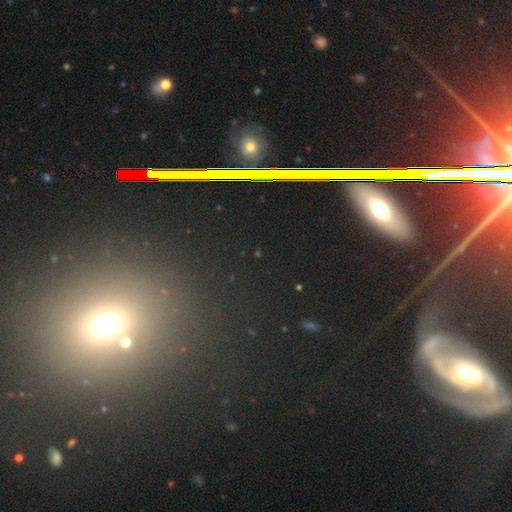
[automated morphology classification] Smooth or featured? star or artifact (50%)